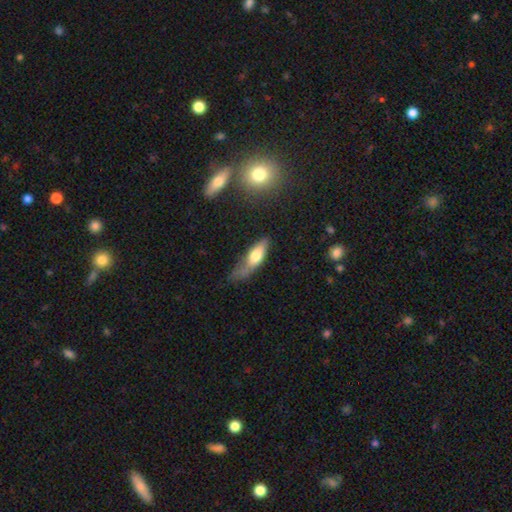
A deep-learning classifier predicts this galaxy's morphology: Smooth or featured? smooth (63%)
How rounded? in between (54%)
Merging? minor disturbance (35%)